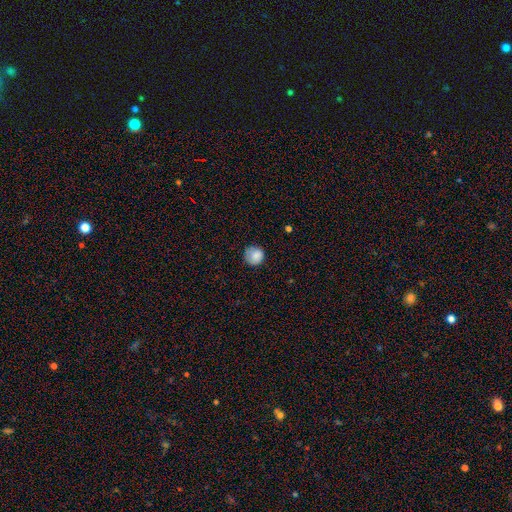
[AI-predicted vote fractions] A smooth galaxy with no disk features (85%) that is round (92%). Merging: none (76%).